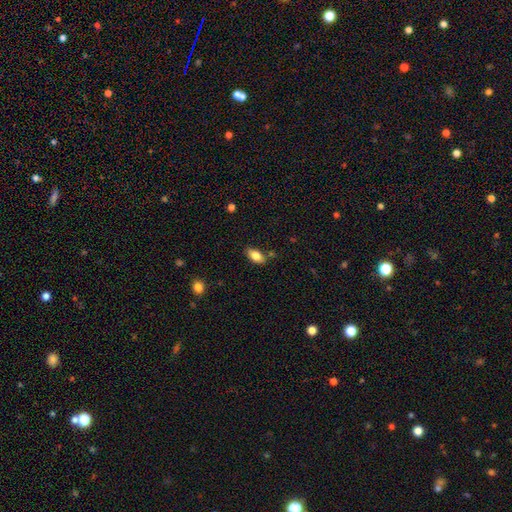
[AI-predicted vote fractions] Morphology: type=smooth (81%); roundness=in between (90%); merging=none (79%).